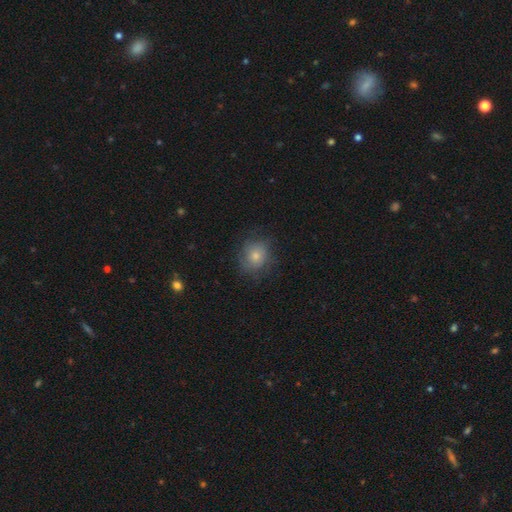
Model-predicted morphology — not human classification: Q: Smooth or featured?
A: smooth (71%); runner-up: featured or disk (19%)
Q: How rounded?
A: round (80%); runner-up: in between (19%)
Q: Merging?
A: none (73%); runner-up: minor disturbance (18%)